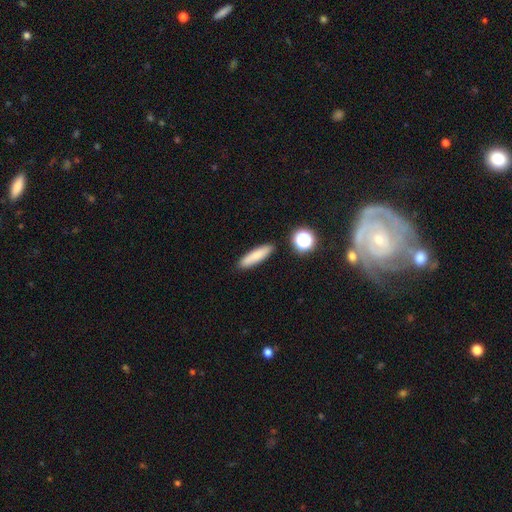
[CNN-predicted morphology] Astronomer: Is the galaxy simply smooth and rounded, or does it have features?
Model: smooth — 79%.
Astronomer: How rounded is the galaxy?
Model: cigar-shaped — 73%.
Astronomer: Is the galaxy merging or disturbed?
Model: none — 88%.